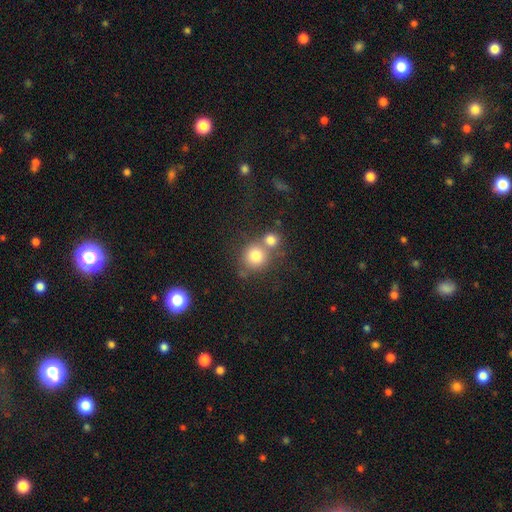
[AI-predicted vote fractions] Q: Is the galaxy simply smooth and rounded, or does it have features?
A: smooth — 78%.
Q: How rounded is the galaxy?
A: round — 88%.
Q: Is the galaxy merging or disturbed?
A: none — 48%.